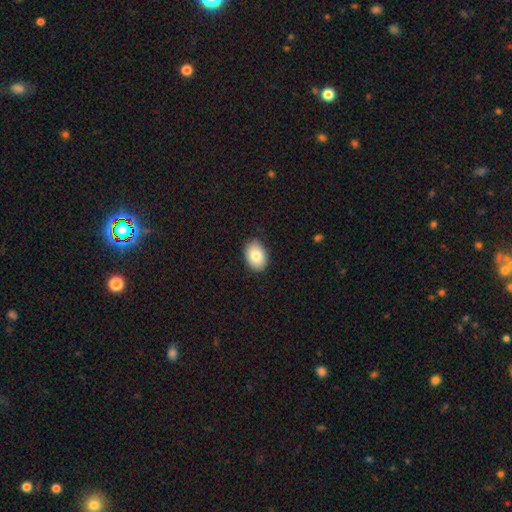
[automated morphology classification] Q: Smooth or featured?
A: smooth (83%); runner-up: featured or disk (10%)
Q: How rounded?
A: in between (81%); runner-up: round (18%)
Q: Merging?
A: none (85%); runner-up: minor disturbance (12%)